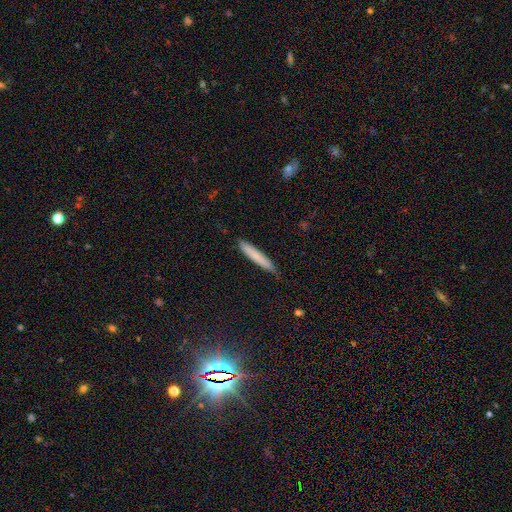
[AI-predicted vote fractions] A smooth galaxy with no disk features (75%) that is cigar-shaped (95%).

Vote fractions:
- Smooth or featured? smooth: 75% / featured or disk: 18% / star or artifact: 7%
- How rounded? cigar-shaped: 95% / in between: 4% / round: 1%
- Merging? none: 82% / minor disturbance: 15% / major disturbance: 2% / merger: 1%